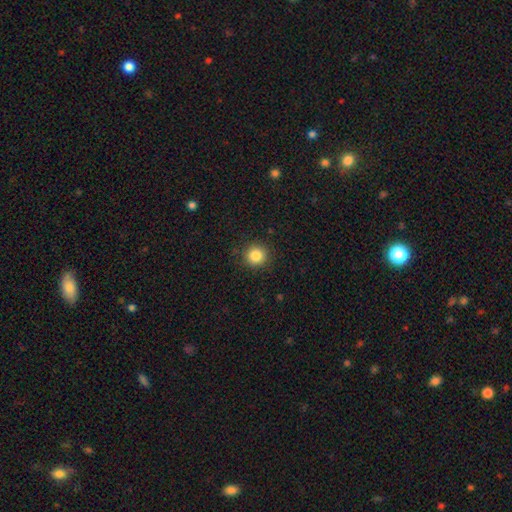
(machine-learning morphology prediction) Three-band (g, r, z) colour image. It shows a smooth galaxy with no disk features (85%) that is round (94%). Merging: none (90%).